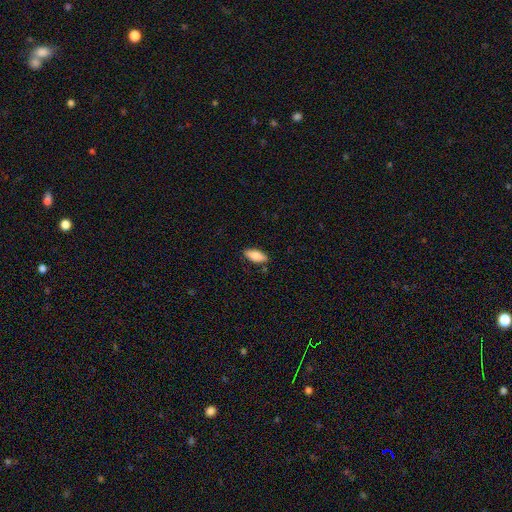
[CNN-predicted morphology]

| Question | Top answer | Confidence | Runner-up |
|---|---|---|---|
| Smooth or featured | smooth | 81% | featured or disk (13%) |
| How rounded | in between | 79% | cigar-shaped (19%) |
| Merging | none | 85% | minor disturbance (11%) |